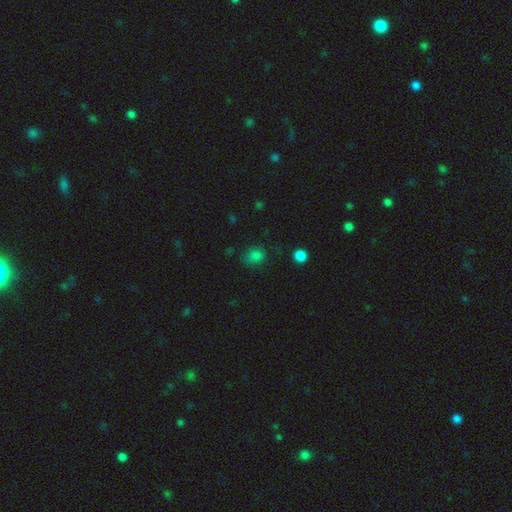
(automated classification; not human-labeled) Smooth or featured?
  - smooth: 78% *
  - star or artifact: 17%
  - featured or disk: 6%
How rounded?
  - round: 57% *
  - in between: 42%
  - cigar-shaped: 1%
Merging?
  - none: 64% *
  - minor disturbance: 25%
  - major disturbance: 9%
  - merger: 3%